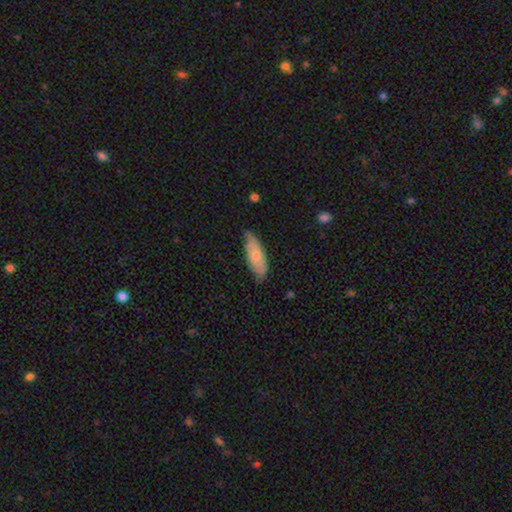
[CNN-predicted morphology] A smooth galaxy with no disk features (71%) that is in between round and cigar-shaped (70%).

Vote fractions:
- Smooth or featured? smooth: 71% / featured or disk: 23% / star or artifact: 6%
- How rounded? in between: 70% / cigar-shaped: 28% / round: 2%
- Merging? none: 63% / minor disturbance: 30% / major disturbance: 5% / merger: 2%